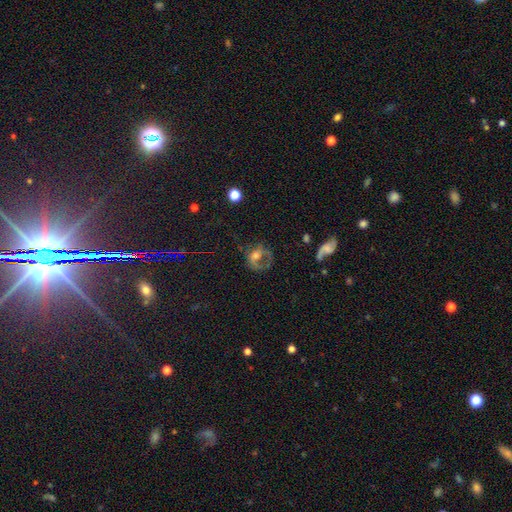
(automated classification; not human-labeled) A featured or disk galaxy (48%). Merging: major disturbance (40%).